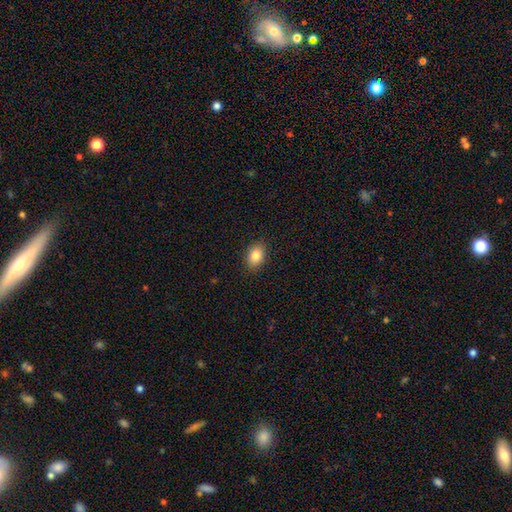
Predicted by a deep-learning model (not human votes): This appears to be a smooth galaxy with no disk features (85%) that is in between round and cigar-shaped (78%). Merging: none (89%).